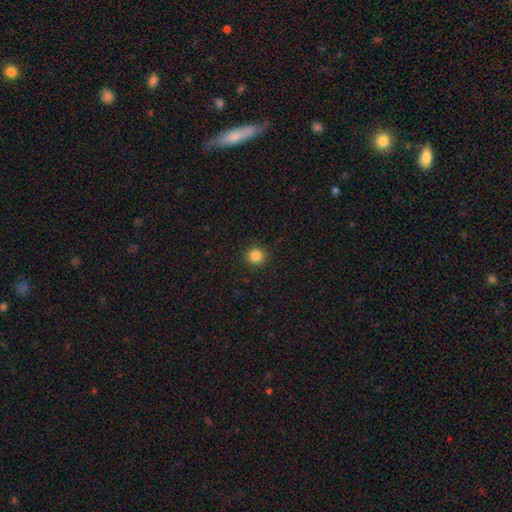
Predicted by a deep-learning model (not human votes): Morphology: type=smooth (85%); roundness=round (93%); merging=none (92%).